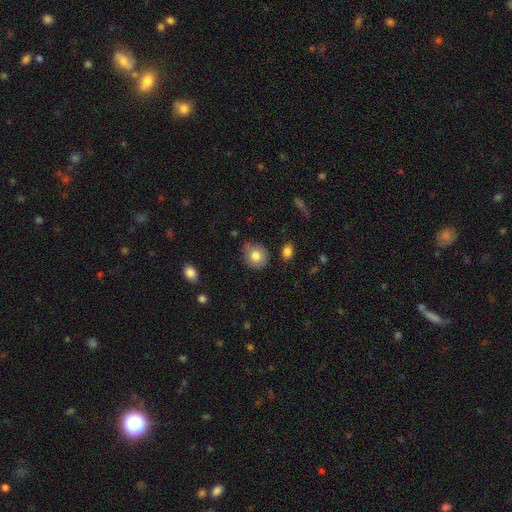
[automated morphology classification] Smooth or featured: smooth — 80% (featured or disk — 12%)
How rounded: round — 75% (in between — 24%)
Merging: none — 73% (minor disturbance — 21%)